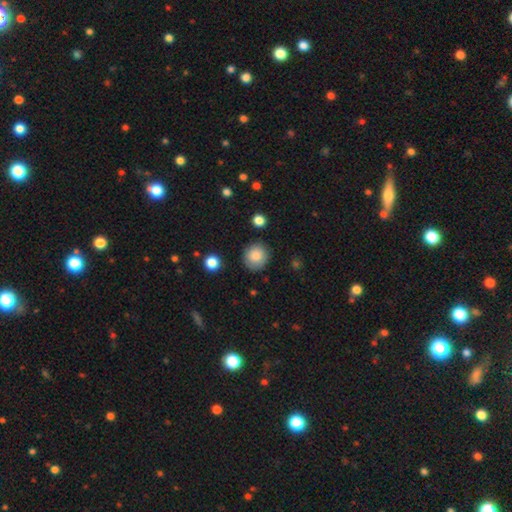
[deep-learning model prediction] This is clearly a smooth galaxy (85%). How rounded: clearly round (87%). Merging: clearly none (87%).